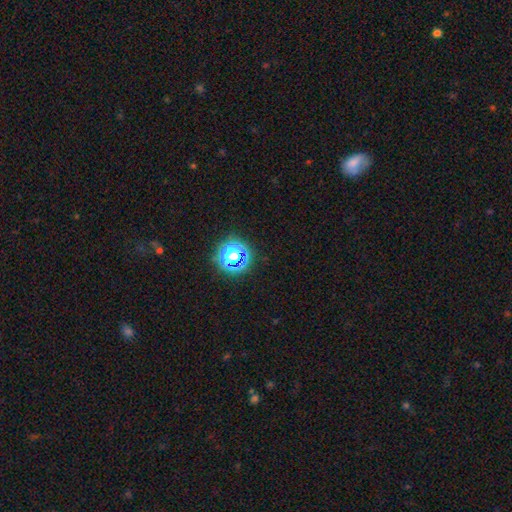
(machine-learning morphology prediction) The model was most divided on "smooth or featured": star or artifact: 70%, smooth: 23%, featured or disk: 7%.